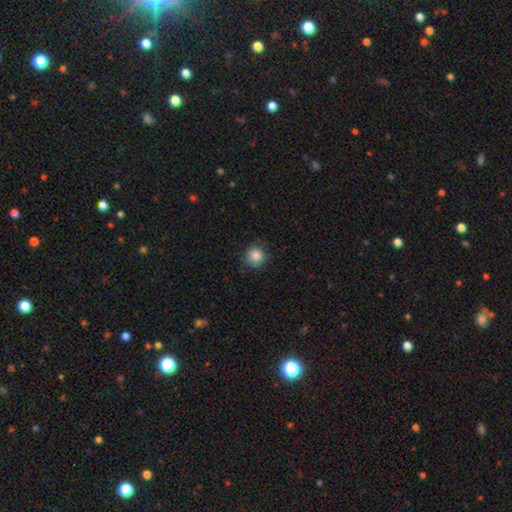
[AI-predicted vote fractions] Smooth or featured: smooth — 85% (star or artifact — 9%)
How rounded: round — 91% (in between — 8%)
Merging: none — 79% (minor disturbance — 16%)